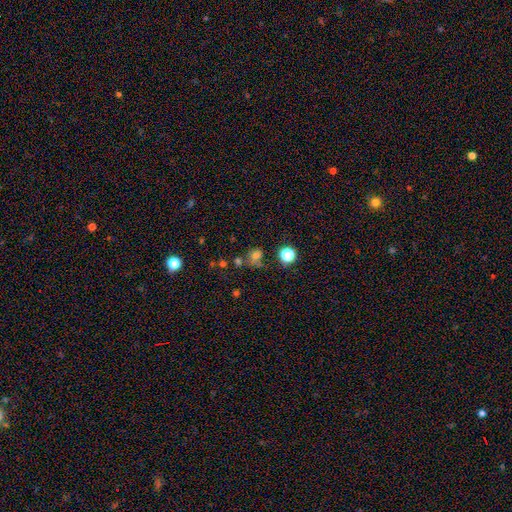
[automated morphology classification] Smooth or featured? smooth (67%)
How rounded? round (72%)
Merging? none (53%)